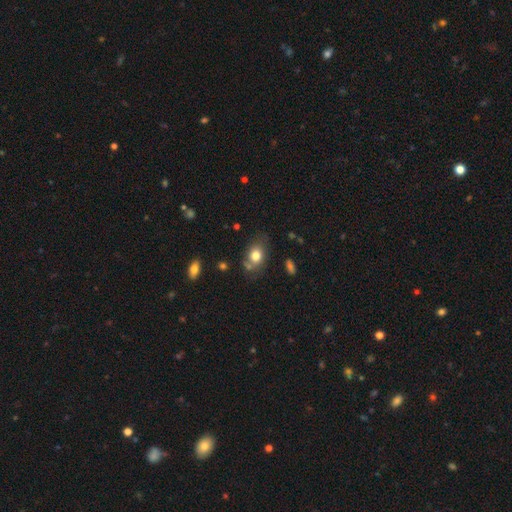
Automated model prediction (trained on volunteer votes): Morphology: type=smooth (78%); roundness=in between (66%); merging=none (62%).